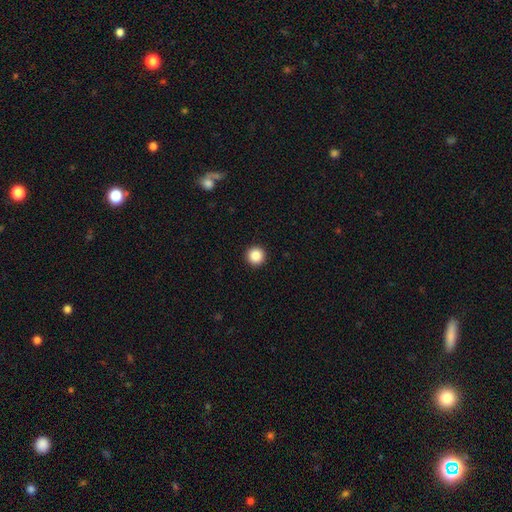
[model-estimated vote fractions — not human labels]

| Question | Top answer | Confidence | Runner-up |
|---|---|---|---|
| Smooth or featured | smooth | 88% | star or artifact (9%) |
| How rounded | round | 97% | in between (2%) |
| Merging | none | 94% | minor disturbance (4%) |